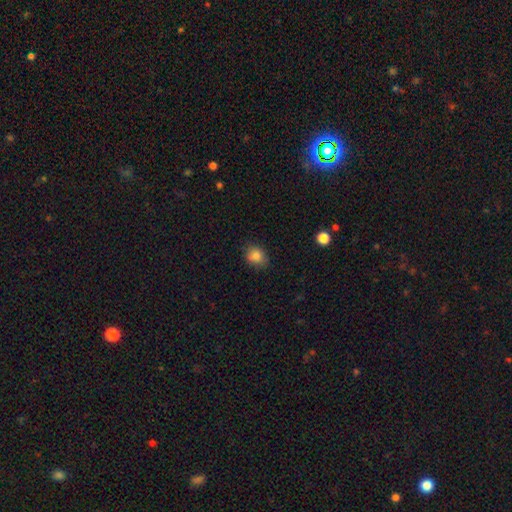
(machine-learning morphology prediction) Smooth or featured?
  - smooth: 85% *
  - star or artifact: 10%
  - featured or disk: 5%
How rounded?
  - round: 61% *
  - in between: 38%
  - cigar-shaped: 1%
Merging?
  - none: 80% *
  - minor disturbance: 15%
  - major disturbance: 3%
  - merger: 1%